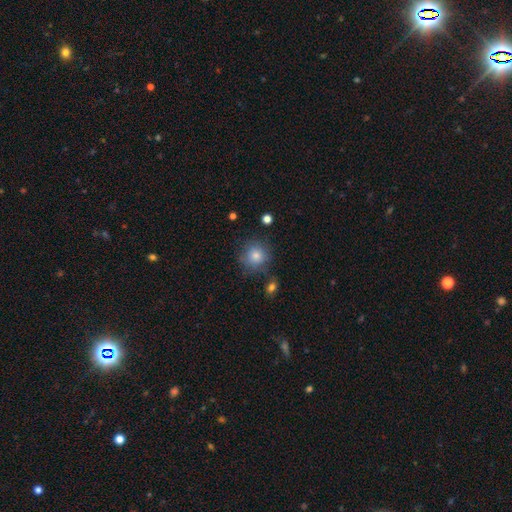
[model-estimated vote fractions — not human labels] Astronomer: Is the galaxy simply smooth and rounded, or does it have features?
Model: smooth — 77%.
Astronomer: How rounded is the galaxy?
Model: round — 91%.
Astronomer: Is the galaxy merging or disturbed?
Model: none — 76%.